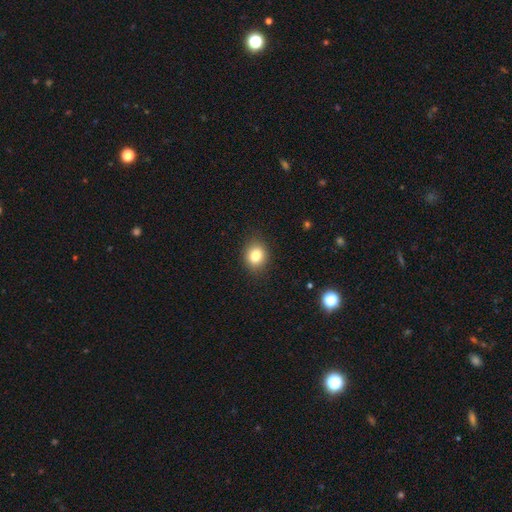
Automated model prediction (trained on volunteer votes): Smooth or featured?
  - smooth: 82% *
  - star or artifact: 11%
  - featured or disk: 7%
How rounded?
  - round: 71% *
  - in between: 28%
  - cigar-shaped: 1%
Merging?
  - none: 89% *
  - minor disturbance: 8%
  - major disturbance: 2%
  - merger: 1%